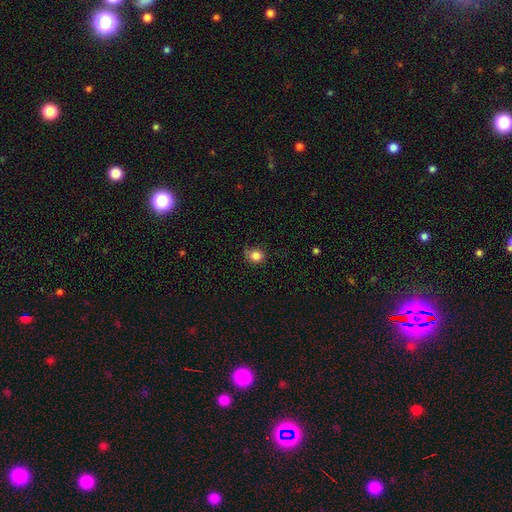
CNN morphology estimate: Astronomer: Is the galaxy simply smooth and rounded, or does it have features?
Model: smooth — 84%.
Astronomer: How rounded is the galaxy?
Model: round — 77%.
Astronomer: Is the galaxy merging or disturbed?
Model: none — 73%.